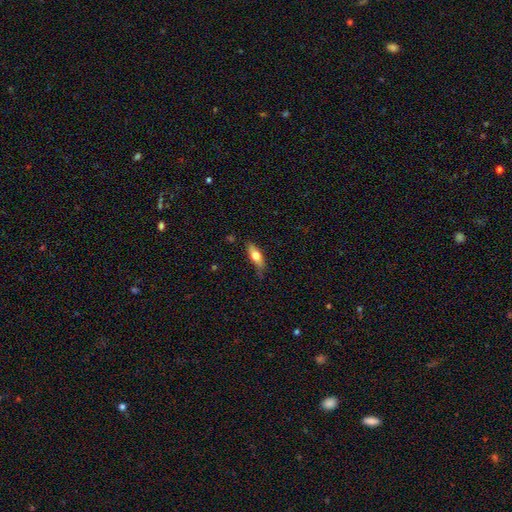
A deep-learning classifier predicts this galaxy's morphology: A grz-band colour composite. It shows a smooth galaxy with no disk features (65%) that is in between round and cigar-shaped (60%). Merging: none (72%).